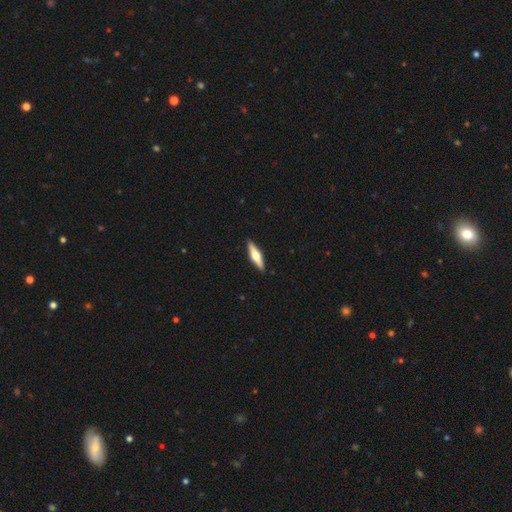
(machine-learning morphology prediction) Overall: featured or disk (55%; smooth 40%). Edge-on disk: yes (96%). Edge-on bulge: rounded (91%). Merging: none (91%).